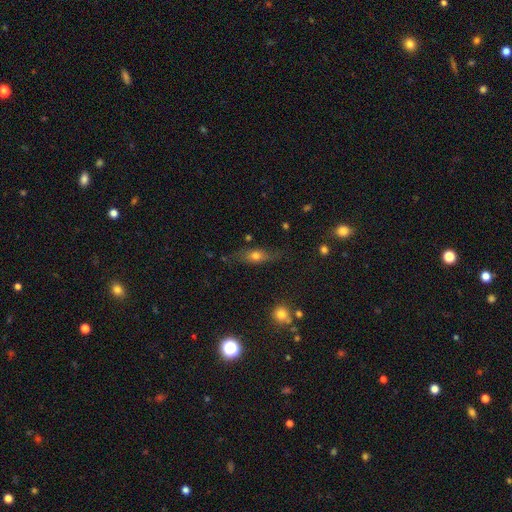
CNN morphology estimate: type=smooth (55%); roundness=in between (61%); merging=none (68%).